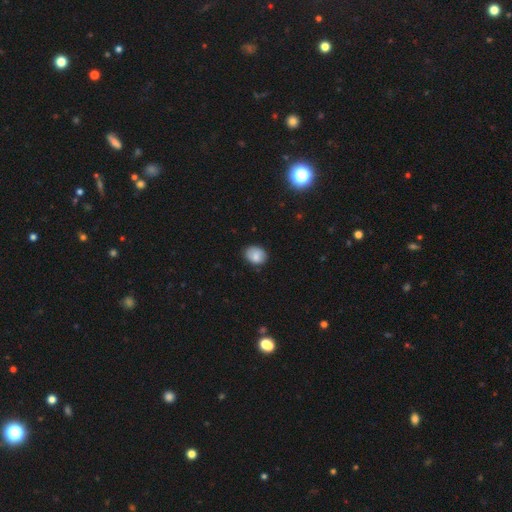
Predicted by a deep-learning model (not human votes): Smooth or featured?
  - smooth: 82% *
  - featured or disk: 10%
  - star or artifact: 8%
How rounded?
  - in between: 54% *
  - round: 45%
  - cigar-shaped: 1%
Merging?
  - none: 80% *
  - minor disturbance: 16%
  - major disturbance: 3%
  - merger: 1%